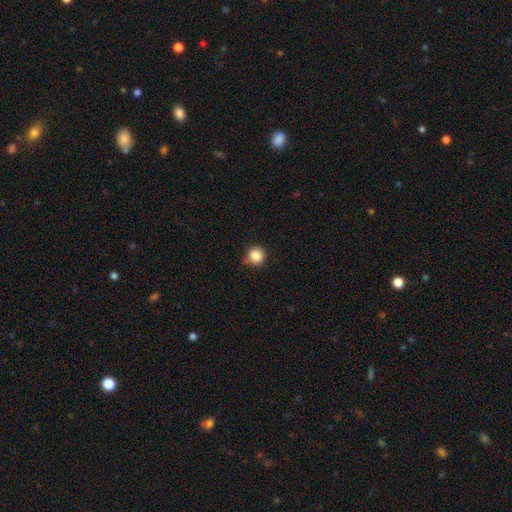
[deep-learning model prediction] smooth_or_featured: smooth (p=0.86) [alt: star or artifact p=0.10]
how_rounded: round (p=0.91) [alt: in between p=0.08]
merging: none (p=0.75) [alt: minor disturbance p=0.20]